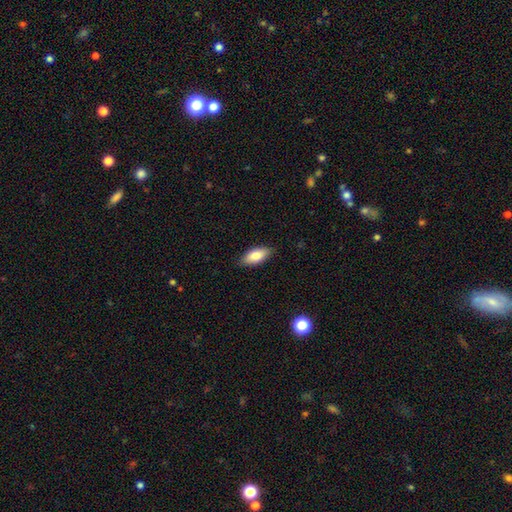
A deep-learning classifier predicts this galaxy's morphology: Smooth or featured? smooth (81%)
How rounded? in between (87%)
Merging? none (86%)